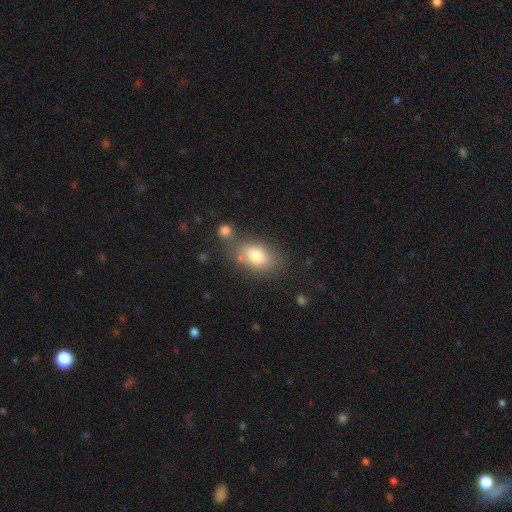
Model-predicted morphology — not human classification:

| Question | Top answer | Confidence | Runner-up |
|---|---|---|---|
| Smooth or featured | smooth | 78% | featured or disk (13%) |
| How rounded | in between | 85% | round (12%) |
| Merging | none | 62% | minor disturbance (17%) |